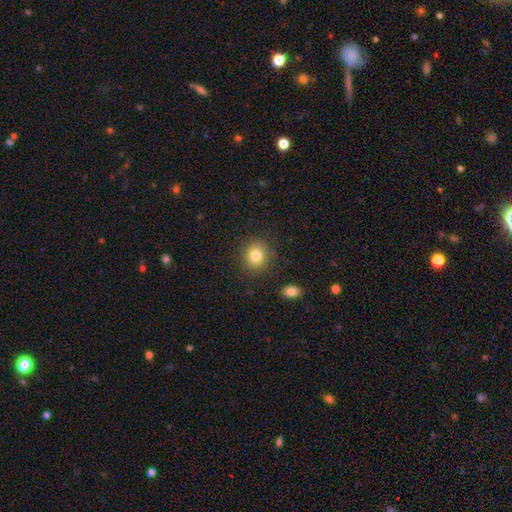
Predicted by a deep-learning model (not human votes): A smooth galaxy with no disk features (81%) that is round (81%).

Vote fractions:
- Smooth or featured? smooth: 81% / star or artifact: 11% / featured or disk: 8%
- How rounded? round: 81% / in between: 19% / cigar-shaped: 1%
- Merging? none: 86% / minor disturbance: 9% / major disturbance: 3% / merger: 2%